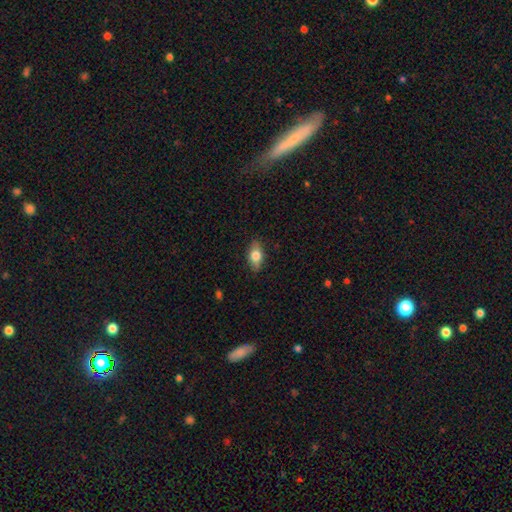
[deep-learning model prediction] Smooth or featured? Predicted: smooth (p=0.74). How rounded? Predicted: in between (p=0.85). Merging? Predicted: none (p=0.86).